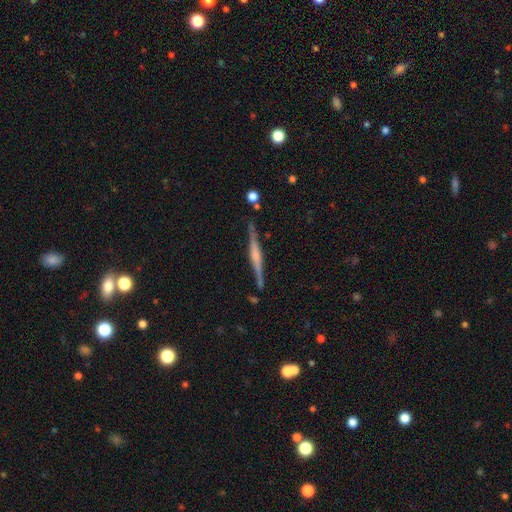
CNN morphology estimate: Smooth or featured? Predicted: featured or disk (p=0.78). Edge-on disk? Predicted: yes (p=0.98). Edge-on bulge? Predicted: rounded (p=0.55). Merging? Predicted: none (p=0.87).